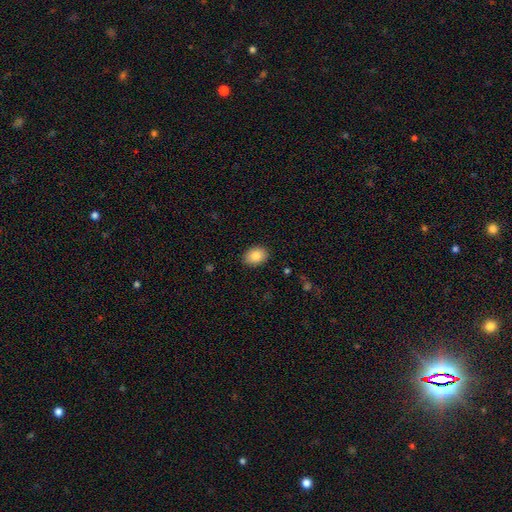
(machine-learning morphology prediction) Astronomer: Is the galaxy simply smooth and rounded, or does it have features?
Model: smooth — 85%.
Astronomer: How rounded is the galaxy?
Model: in between — 75%.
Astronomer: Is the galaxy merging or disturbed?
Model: none — 89%.